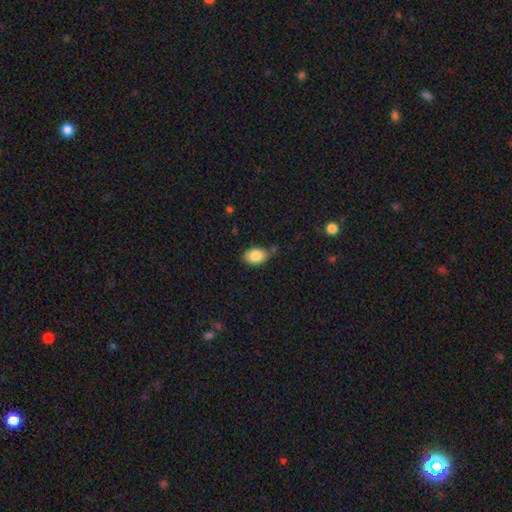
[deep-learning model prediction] This is clearly a smooth galaxy (86%). How rounded: clearly in between (86%). Merging: likely none (73%).